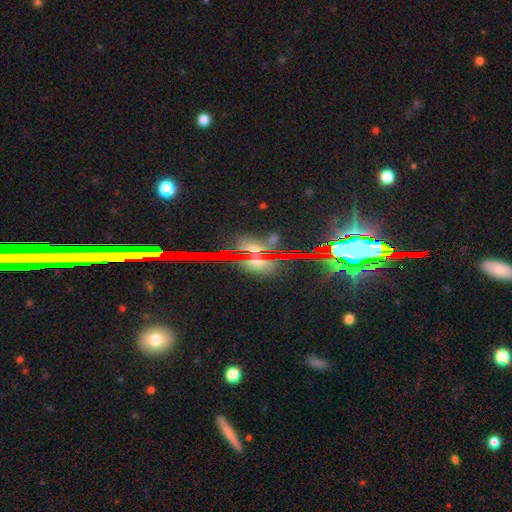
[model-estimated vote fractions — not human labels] Smooth or featured? Predicted: star or artifact (p=0.67).